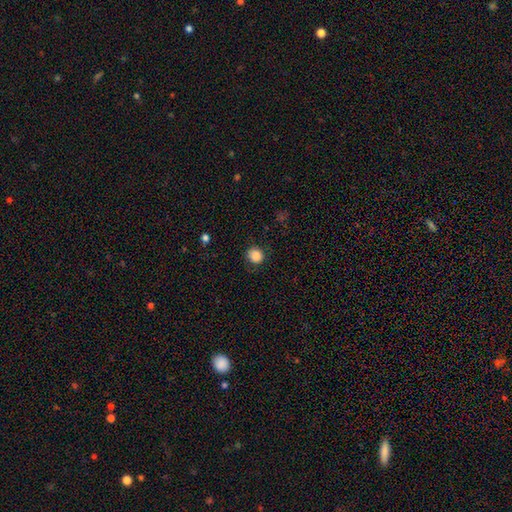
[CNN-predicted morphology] smooth-or-featured: smooth: 87% | star or artifact: 10% | featured or disk: 3%
  how-rounded: round: 91% | in between: 8% | cigar-shaped: 1%
  merging: none: 87% | minor disturbance: 9% | major disturbance: 3% | merger: 1%